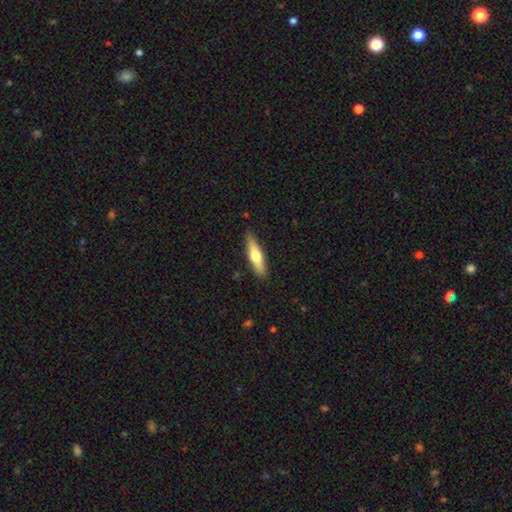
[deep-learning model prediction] smooth 53%, featured or disk 41%, star or artifact 5%. Down the decision tree: how rounded — cigar-shaped (71%); merging — none (88%).